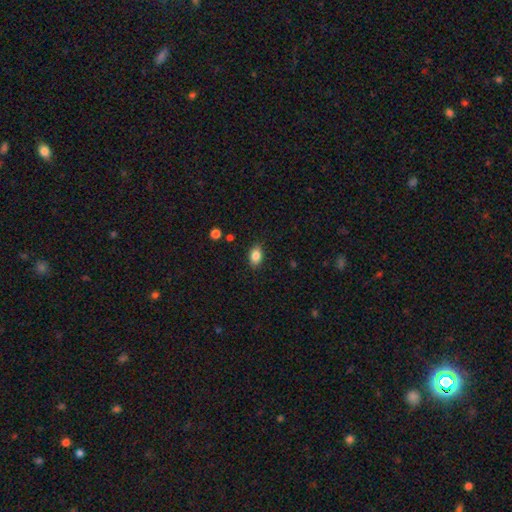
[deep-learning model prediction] Smooth or featured: smooth — 85% (star or artifact — 9%)
How rounded: in between — 84% (round — 14%)
Merging: none — 84% (minor disturbance — 12%)